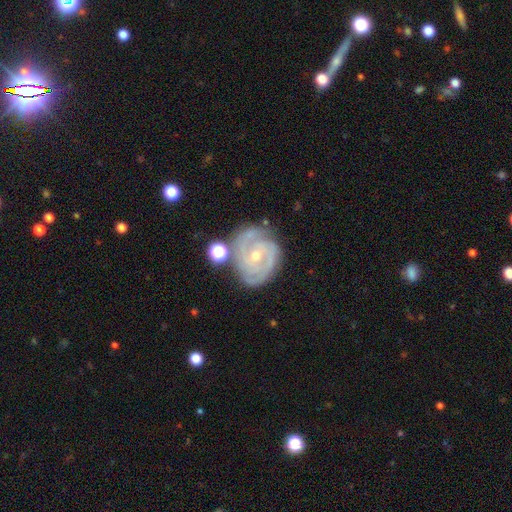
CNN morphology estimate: type=featured or disk (86%); edge-on=no (97%); bar=no (65%); spiral arms=yes (96%); winding=tight (69%); arm count=2 (36%); bulge=small (63%); merging=none (68%).